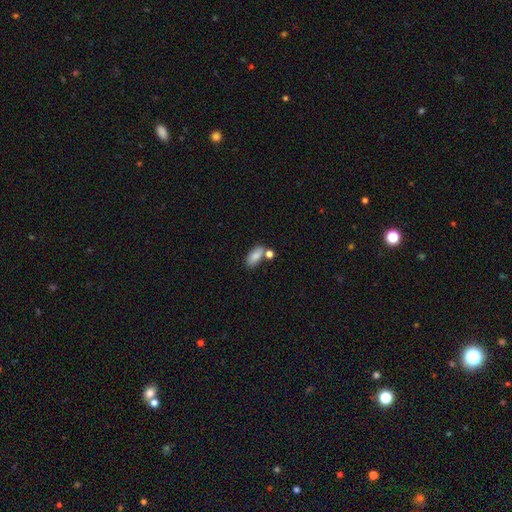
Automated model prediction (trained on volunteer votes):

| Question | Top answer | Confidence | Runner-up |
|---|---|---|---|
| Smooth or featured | smooth | 82% | featured or disk (10%) |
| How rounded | in between | 88% | cigar-shaped (7%) |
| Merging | none | 56% | merger (25%) |